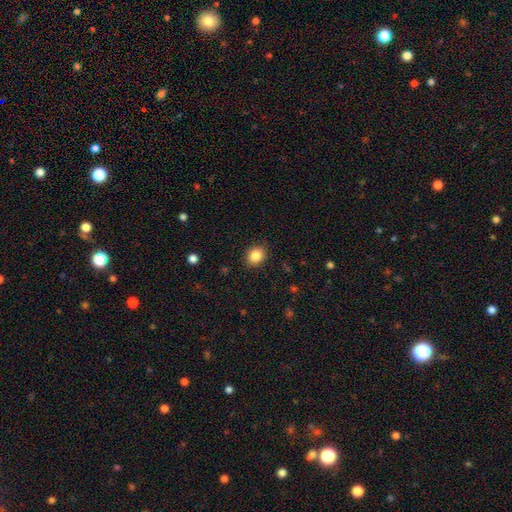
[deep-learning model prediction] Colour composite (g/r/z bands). It shows a smooth galaxy with no disk features (86%) that is round (51%). Merging: none (88%).